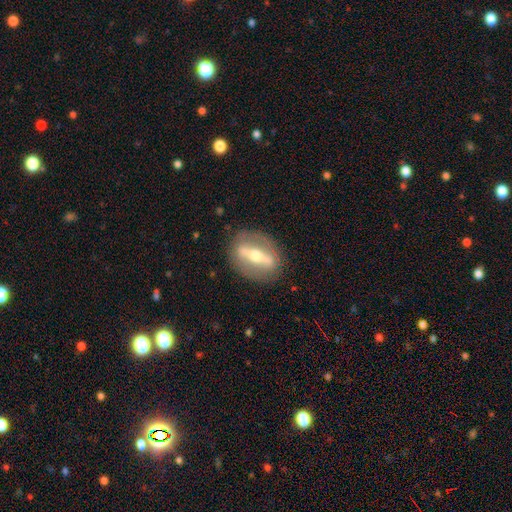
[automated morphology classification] Smooth or featured? featured or disk (74%)
Edge-on disk? no (59%)
Merging? none (83%)